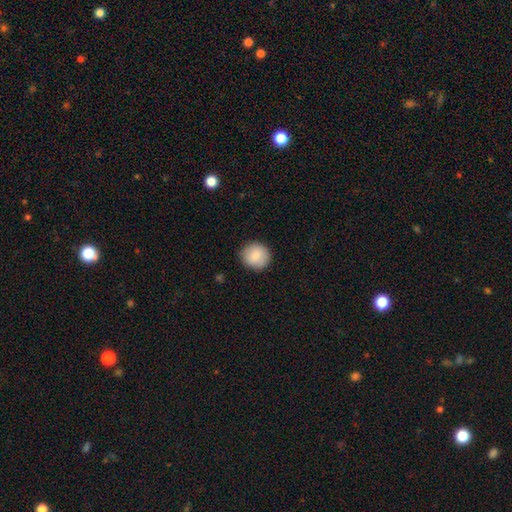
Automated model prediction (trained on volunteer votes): Smooth or featured: smooth — 84% (featured or disk — 9%)
How rounded: round — 92% (in between — 7%)
Merging: none — 87% (minor disturbance — 10%)